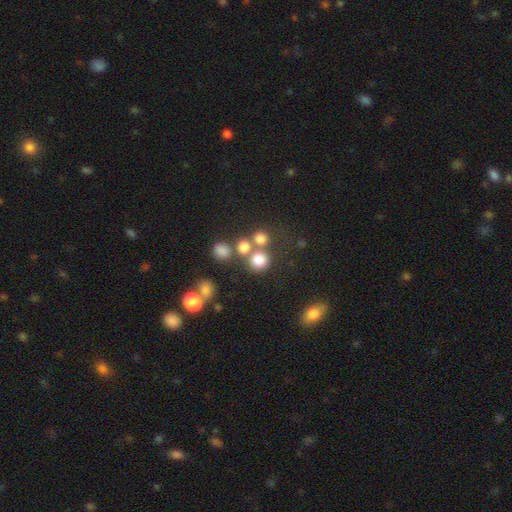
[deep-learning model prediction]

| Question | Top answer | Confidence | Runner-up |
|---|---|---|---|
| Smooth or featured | smooth | 60% | star or artifact (26%) |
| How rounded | round | 85% | in between (14%) |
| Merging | none | 57% | merger (29%) |